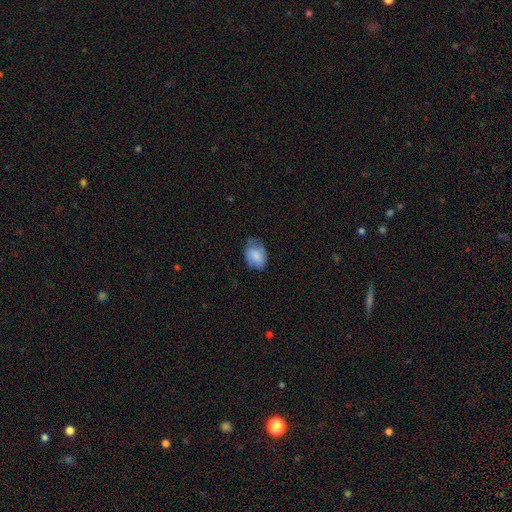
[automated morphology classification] This appears to be a smooth galaxy with no disk features (73%) that is in between round and cigar-shaped (82%). Merging: none (55%).